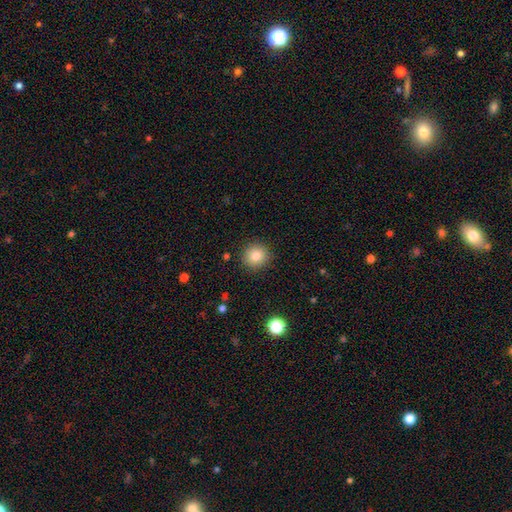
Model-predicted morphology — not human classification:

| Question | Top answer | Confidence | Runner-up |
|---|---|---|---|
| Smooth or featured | smooth | 83% | star or artifact (10%) |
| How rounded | round | 91% | in between (8%) |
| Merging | none | 90% | minor disturbance (7%) |